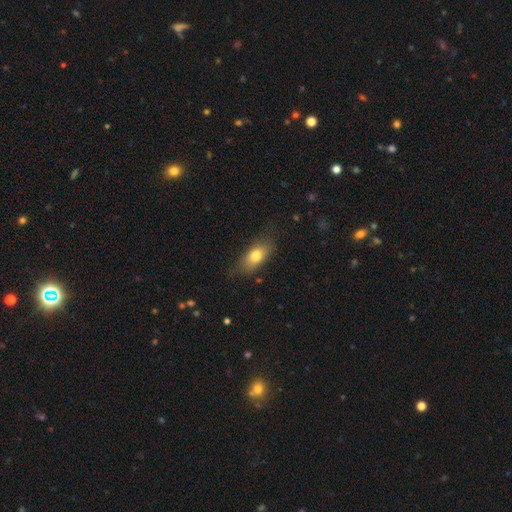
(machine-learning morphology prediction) Smooth or featured: smooth — 77% (featured or disk — 16%)
How rounded: in between — 82% (cigar-shaped — 10%)
Merging: none — 73% (minor disturbance — 20%)